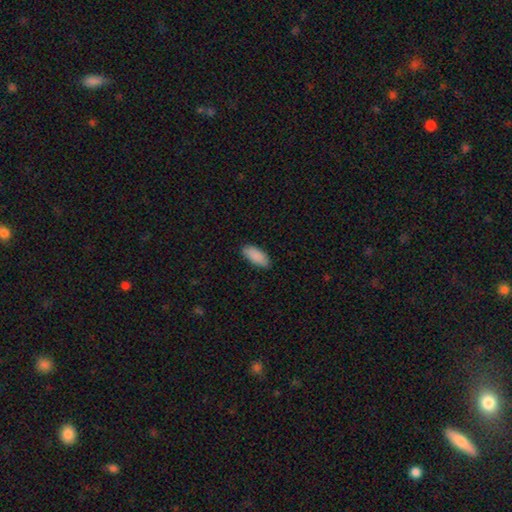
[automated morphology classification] A smooth galaxy with no disk features (90%) that is in between round and cigar-shaped (86%). Merging: none (86%).